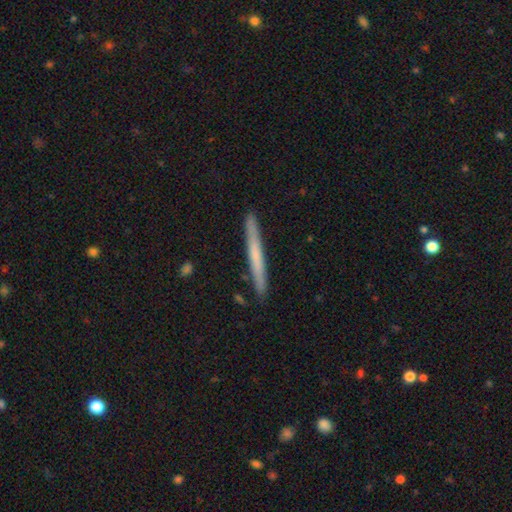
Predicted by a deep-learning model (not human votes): smooth 54%, featured or disk 41%, star or artifact 6%. Down the decision tree: how rounded — cigar-shaped (97%); merging — none (90%).